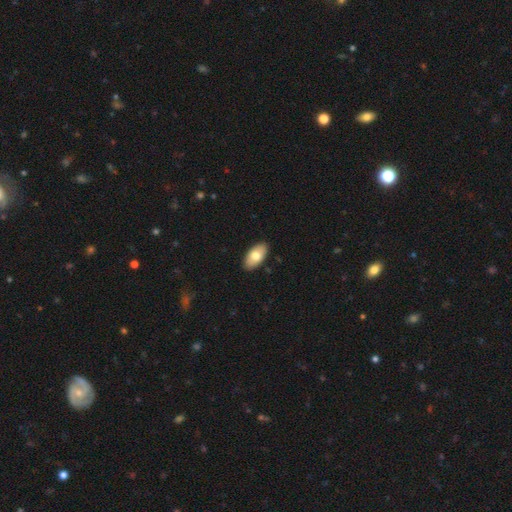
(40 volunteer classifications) Volunteers were most divided on "smooth or featured": smooth: 72%, featured or disk: 28%, star or artifact: 0%. More confident: how rounded — in between (90%); merging — none (85%).